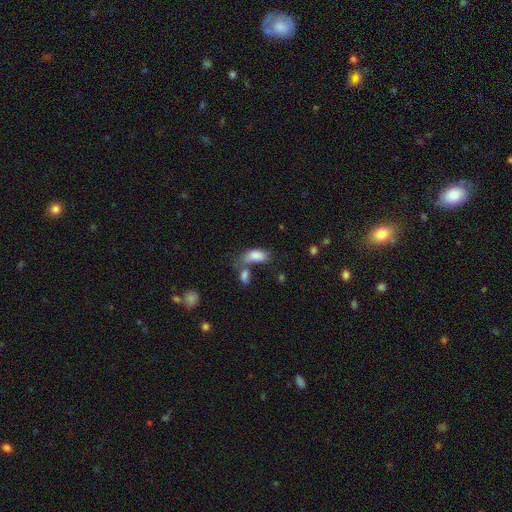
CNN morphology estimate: Overall: smooth (83%). How rounded: in between (90%). Merging: merger (40%; none 32%).